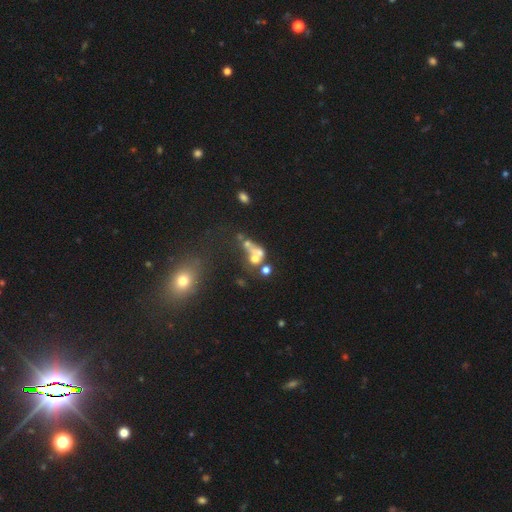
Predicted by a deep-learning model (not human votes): Smooth or featured? Predicted: smooth (p=0.45). Merging? Predicted: merger (p=0.51).